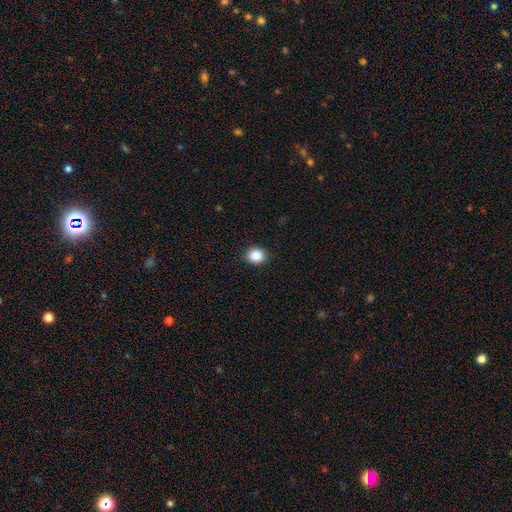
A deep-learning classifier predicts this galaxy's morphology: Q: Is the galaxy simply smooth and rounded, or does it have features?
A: smooth — 86%.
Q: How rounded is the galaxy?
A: round — 69%.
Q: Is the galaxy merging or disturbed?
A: none — 90%.